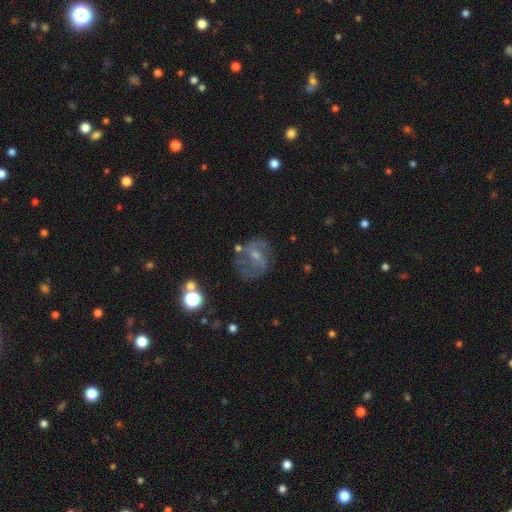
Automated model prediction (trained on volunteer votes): Smooth or featured? Predicted: featured or disk (p=0.66). Edge-on disk? Predicted: no (p=0.97). Bar? Predicted: weak (p=0.49). Spiral arms? Predicted: yes (p=0.78). Spiral winding? Predicted: medium (p=0.45). Spiral arm count? Predicted: 2 (p=0.63). Bulge size? Predicted: small (p=0.50). Merging? Predicted: none (p=0.55).